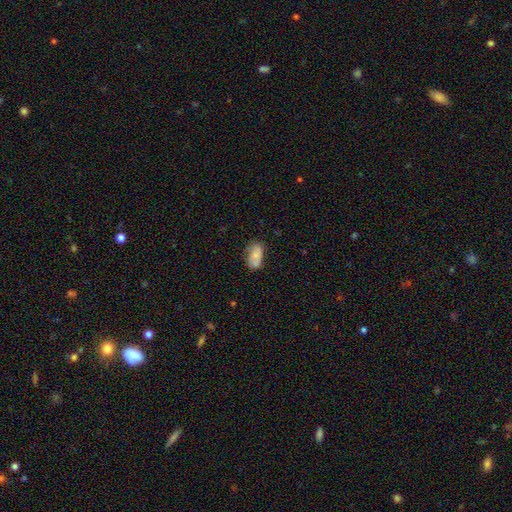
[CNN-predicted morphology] Q: Smooth or featured?
A: smooth (74%); runner-up: featured or disk (19%)
Q: How rounded?
A: in between (91%); runner-up: round (5%)
Q: Merging?
A: none (56%); runner-up: minor disturbance (28%)